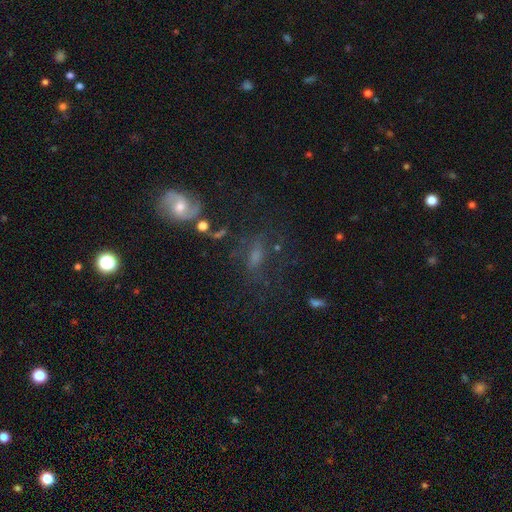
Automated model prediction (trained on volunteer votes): This appears to be a featured or disk galaxy (40%). Merging: none (52%).